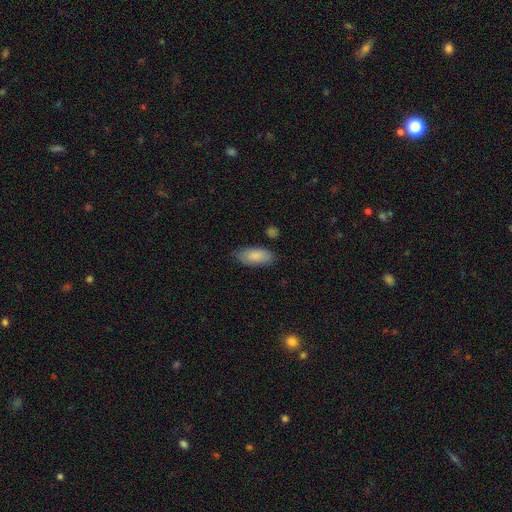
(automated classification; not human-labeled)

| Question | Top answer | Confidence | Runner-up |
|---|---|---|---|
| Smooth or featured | smooth | 86% | featured or disk (8%) |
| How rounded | in between | 88% | cigar-shaped (10%) |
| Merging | none | 78% | minor disturbance (17%) |